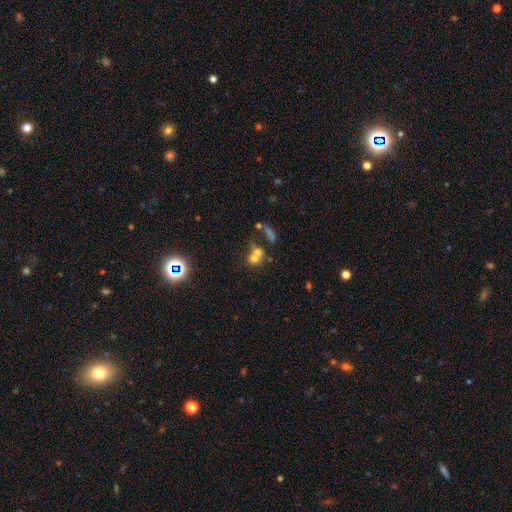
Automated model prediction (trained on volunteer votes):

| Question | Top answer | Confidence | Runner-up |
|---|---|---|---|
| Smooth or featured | smooth | 61% | featured or disk (22%) |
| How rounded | round | 74% | in between (25%) |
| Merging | merger | 58% | none (29%) |